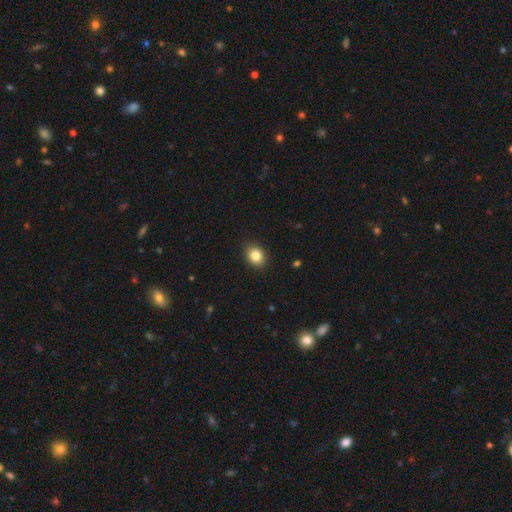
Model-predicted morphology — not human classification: This is clearly a smooth galaxy (85%). How rounded: possibly in between (53%). Merging: clearly none (89%).